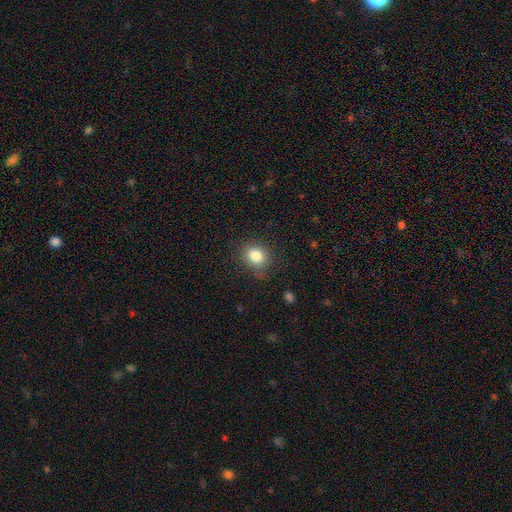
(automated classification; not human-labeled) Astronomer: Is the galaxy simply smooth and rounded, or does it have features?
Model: smooth — 83%.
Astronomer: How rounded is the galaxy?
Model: round — 70%.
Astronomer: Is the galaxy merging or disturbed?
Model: none — 80%.